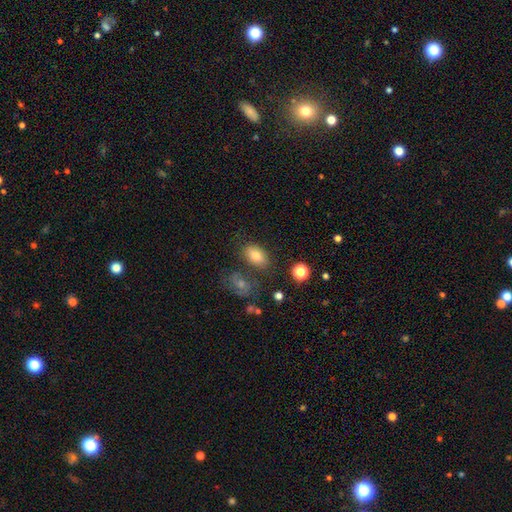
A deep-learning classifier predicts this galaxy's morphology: smooth-or-featured: smooth: 78% | featured or disk: 11% | star or artifact: 10%
  how-rounded: in between: 86% | round: 13% | cigar-shaped: 2%
  merging: none: 73% | minor disturbance: 14% | merger: 8% | major disturbance: 5%